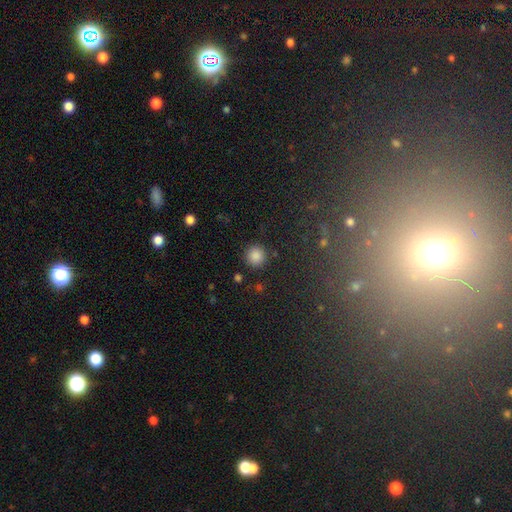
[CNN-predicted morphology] A smooth galaxy with no disk features (85%) that is round (94%). Merging: none (88%).